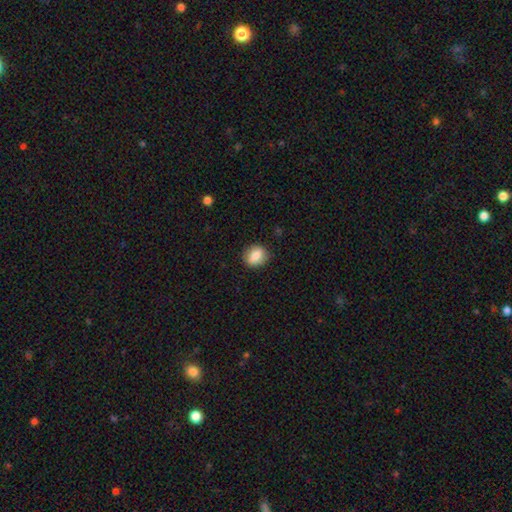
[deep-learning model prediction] smooth 81%, featured or disk 11%, star or artifact 8%. Down the decision tree: how rounded — round (64%); merging — none (85%).